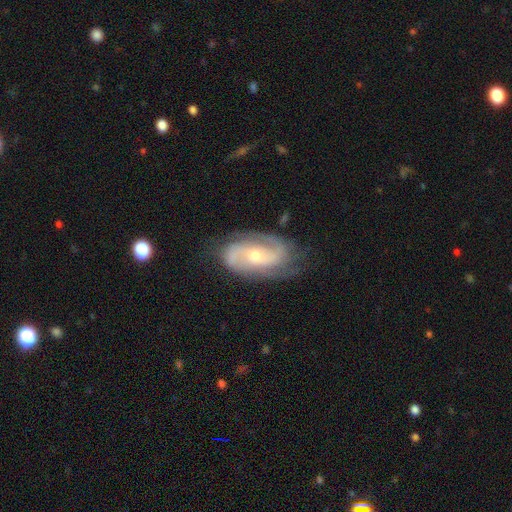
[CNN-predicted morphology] smooth-or-featured: featured or disk: 84% | smooth: 11% | star or artifact: 6%
  disk-edge-on: no: 95% | yes: 5%
    bar: no: 52% | weak: 34% | strong: 13%
    has-spiral-arms: yes: 95% | no: 5%
      spiral-winding: medium: 45% | tight: 37% | loose: 18%
      spiral-arm-count: 2: 69% | can't tell: 13% | 3: 11% | 1: 3% | 4: 2% | more than 4: 2%
    bulge-size: small: 50% | moderate: 46% | large: 2% | none: 1% | dominant: 1%
  merging: none: 70% | minor disturbance: 20% | major disturbance: 8% | merger: 2%